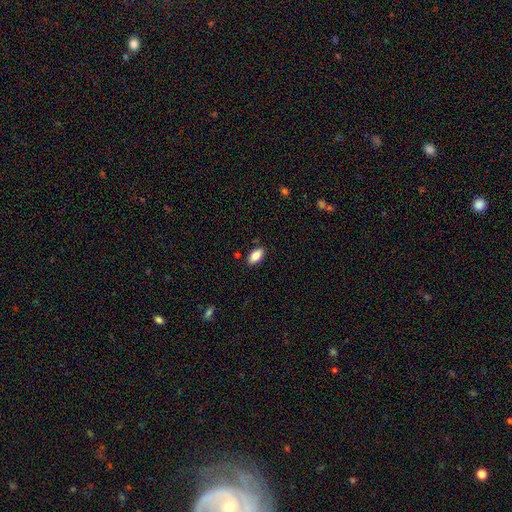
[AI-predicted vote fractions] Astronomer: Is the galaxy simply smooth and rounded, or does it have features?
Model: smooth — 87%.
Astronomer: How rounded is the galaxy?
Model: in between — 93%.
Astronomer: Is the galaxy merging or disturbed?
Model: none — 87%.